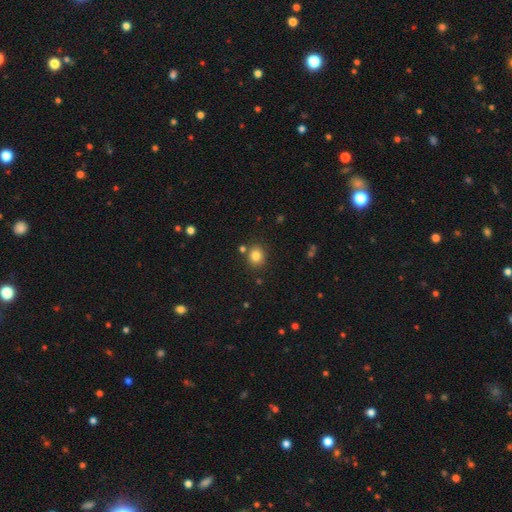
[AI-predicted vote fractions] Overall: smooth (82%). How rounded: round (78%). Merging: none (81%).